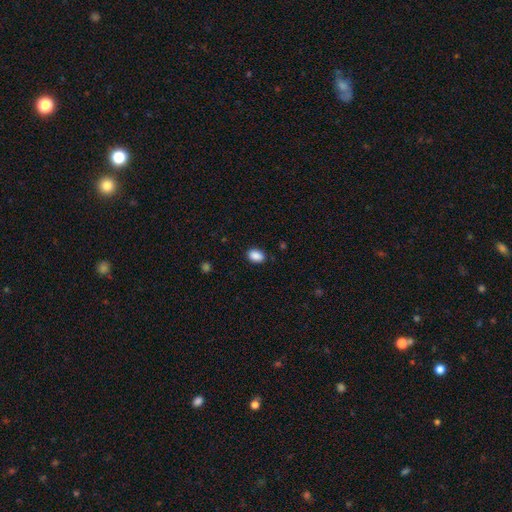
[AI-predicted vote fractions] smooth 89%, star or artifact 8%, featured or disk 3%. Down the decision tree: how rounded — in between (77%); merging — none (87%).